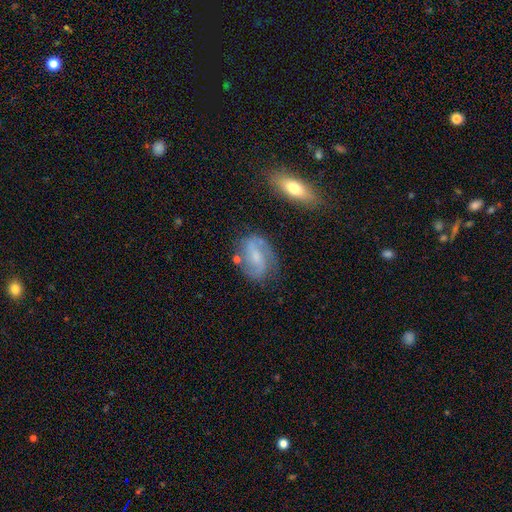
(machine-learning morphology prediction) smooth-or-featured: featured or disk: 79% | smooth: 14% | star or artifact: 7%
  disk-edge-on: no: 97% | yes: 3%
    bar: weak: 46% | no: 35% | strong: 19%
    has-spiral-arms: yes: 95% | no: 5%
      spiral-winding: medium: 50% | loose: 28% | tight: 22%
      spiral-arm-count: 2: 88% | can't tell: 5% | 1: 2% | 3: 2% | 4: 1% | more than 4: 1%
    bulge-size: small: 53% | moderate: 27% | none: 16% | large: 3% | dominant: 1%
  merging: none: 72% | minor disturbance: 17% | major disturbance: 6% | merger: 5%